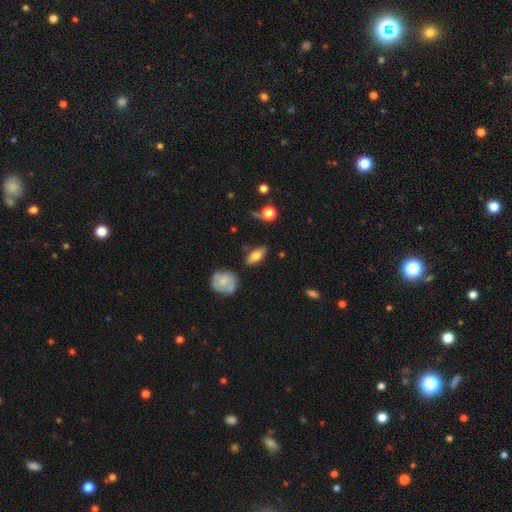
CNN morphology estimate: smooth-or-featured: smooth: 67% | featured or disk: 25% | star or artifact: 8%
  how-rounded: in between: 77% | cigar-shaped: 17% | round: 6%
  merging: none: 78% | minor disturbance: 15% | major disturbance: 4% | merger: 3%